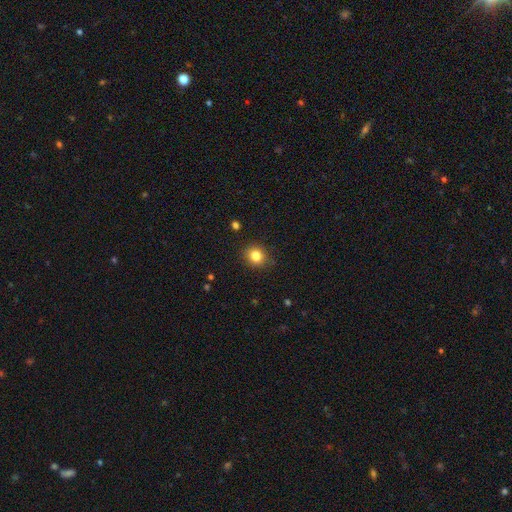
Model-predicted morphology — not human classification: A smooth galaxy with no disk features (82%) that is round (81%).

Vote fractions:
- Smooth or featured? smooth: 82% / star or artifact: 12% / featured or disk: 6%
- How rounded? round: 81% / in between: 18% / cigar-shaped: 1%
- Merging? none: 88% / minor disturbance: 9% / major disturbance: 2% / merger: 1%